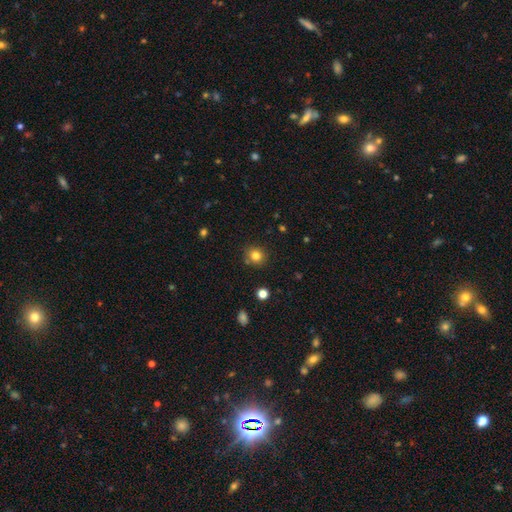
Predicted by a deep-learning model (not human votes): Smooth or featured? smooth (81%)
How rounded? round (85%)
Merging? none (83%)